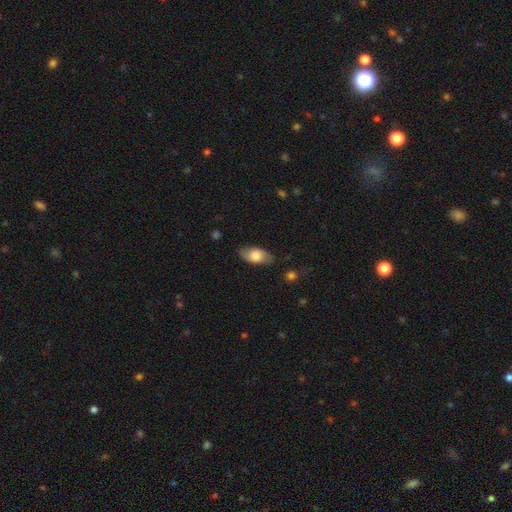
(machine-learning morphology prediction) Overall: smooth (68%). How rounded: in between (89%). Merging: none (79%).